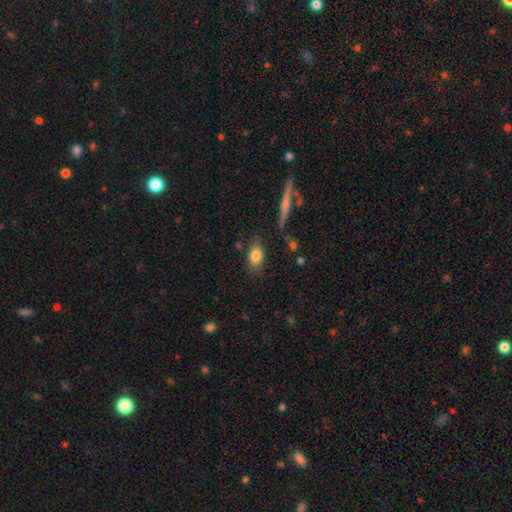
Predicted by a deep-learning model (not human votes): This appears to be a smooth galaxy with no disk features (82%) that is in between round and cigar-shaped (84%). Merging: none (79%).